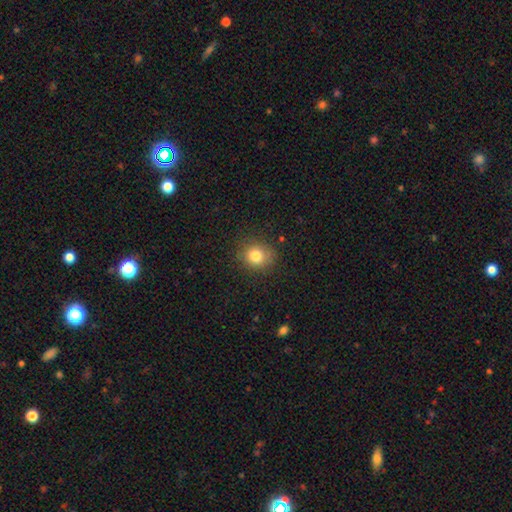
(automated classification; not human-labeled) Q: Smooth or featured?
A: smooth (81%); runner-up: star or artifact (12%)
Q: How rounded?
A: round (80%); runner-up: in between (19%)
Q: Merging?
A: none (84%); runner-up: minor disturbance (11%)